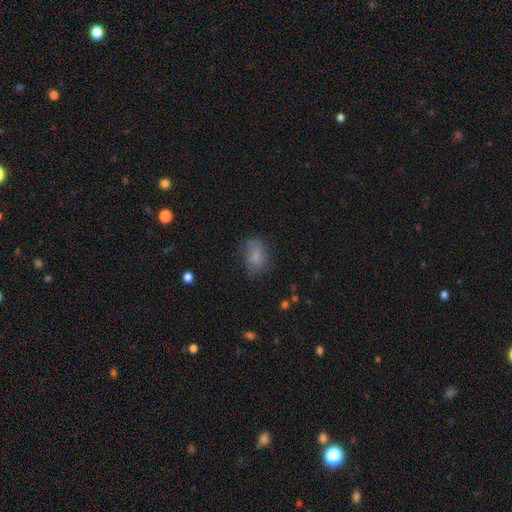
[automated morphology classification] This appears to be a smooth galaxy with no disk features (77%) that is in between round and cigar-shaped (83%). Merging: none (58%).